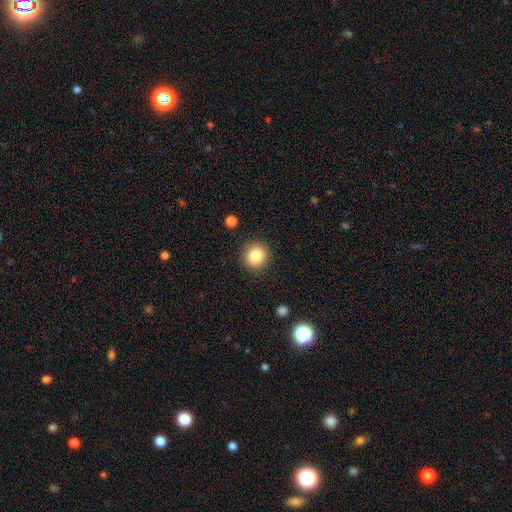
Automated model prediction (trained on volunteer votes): Morphology: type=smooth (85%); roundness=round (91%); merging=none (89%).